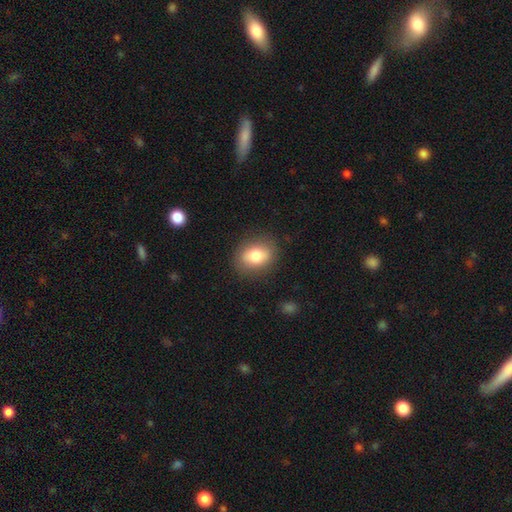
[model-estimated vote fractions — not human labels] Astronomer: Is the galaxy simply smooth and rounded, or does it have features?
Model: smooth — 79%.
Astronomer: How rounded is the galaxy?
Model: in between — 62% (runner-up: round, 37%).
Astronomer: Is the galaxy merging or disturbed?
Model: none — 85%.